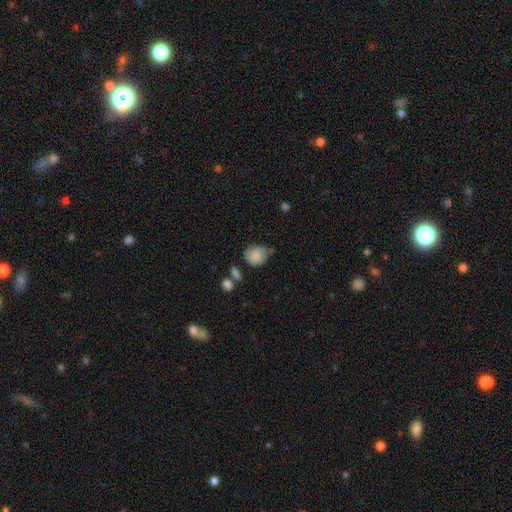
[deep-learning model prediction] Smooth or featured?
  - smooth: 75% *
  - featured or disk: 17%
  - star or artifact: 8%
How rounded?
  - round: 53% *
  - in between: 46%
  - cigar-shaped: 1%
Merging?
  - none: 50% *
  - minor disturbance: 33%
  - major disturbance: 10%
  - merger: 7%